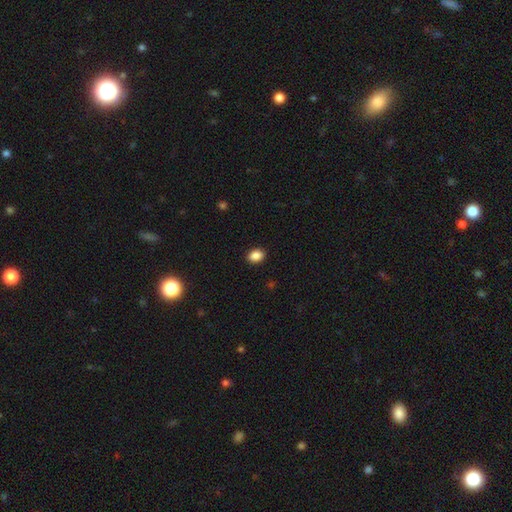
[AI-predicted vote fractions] This appears to be a smooth galaxy with no disk features (88%) that is in between round and cigar-shaped (67%). Merging: none (91%).